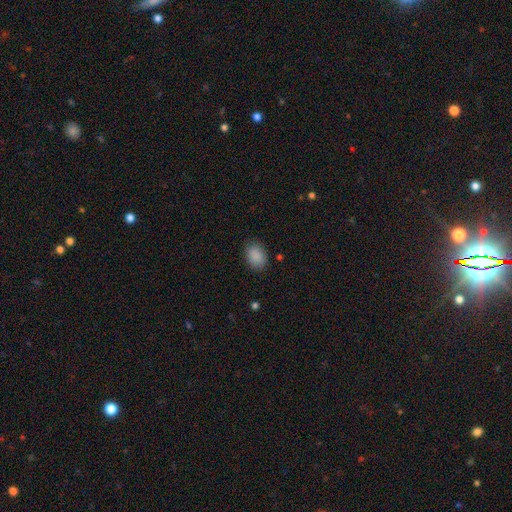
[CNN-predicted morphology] This is clearly a smooth galaxy (88%). How rounded: likely in between (74%). Merging: clearly none (82%).